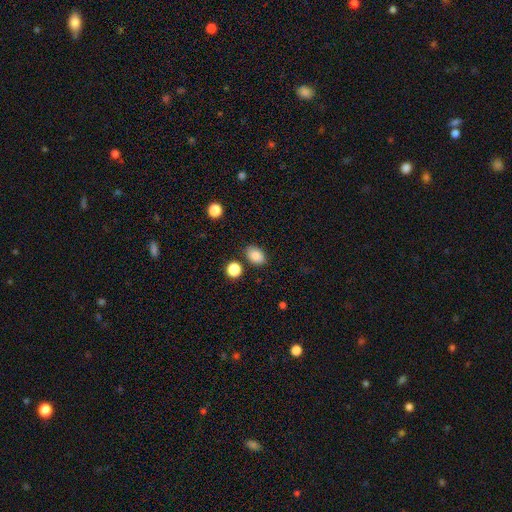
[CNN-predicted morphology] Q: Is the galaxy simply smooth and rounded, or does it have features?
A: smooth — 85%.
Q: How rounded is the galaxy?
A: in between — 81%.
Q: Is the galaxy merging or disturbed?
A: none — 83%.